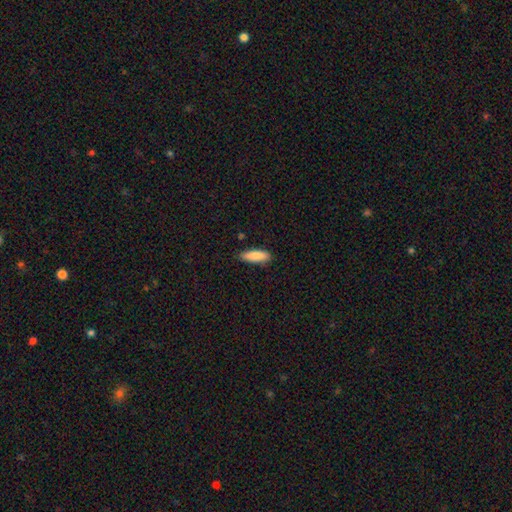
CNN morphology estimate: A smooth galaxy with no disk features (88%) that is cigar-shaped (49%, tied with in between). Merging: none (85%).